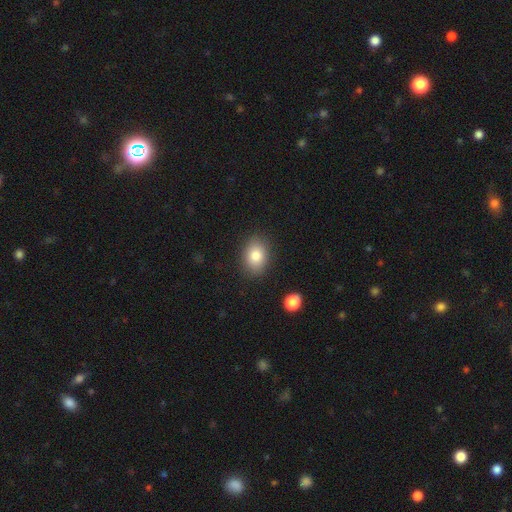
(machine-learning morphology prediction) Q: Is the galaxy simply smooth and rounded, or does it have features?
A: smooth — 82%.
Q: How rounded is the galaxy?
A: in between — 71%.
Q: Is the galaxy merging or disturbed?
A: none — 86%.